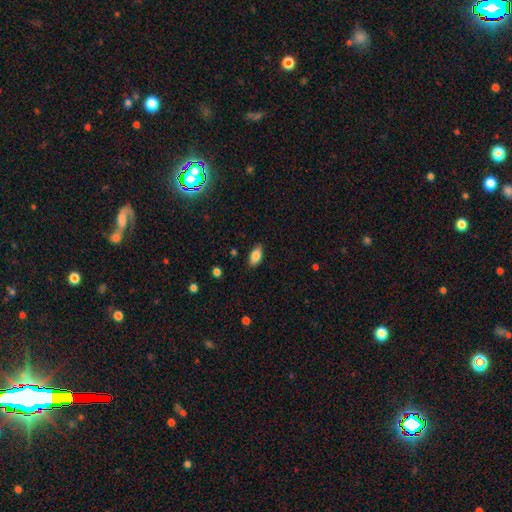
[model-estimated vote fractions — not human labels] A smooth galaxy with no disk features (84%) that is in between round and cigar-shaped (90%). Merging: none (85%).